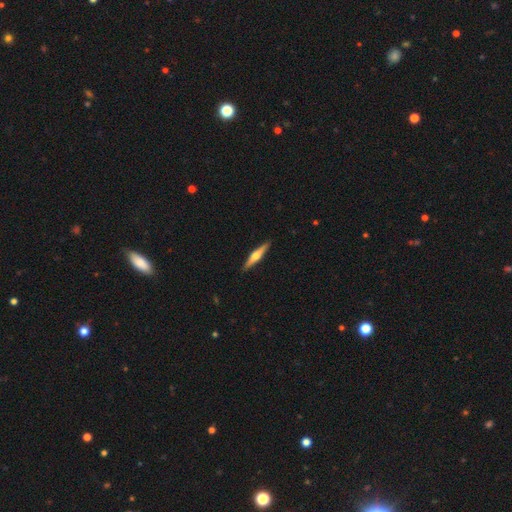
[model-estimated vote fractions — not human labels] A featured or disk galaxy (65%) viewed edge-on (97%) with a rounded central bulge (92%). Merging: none (92%).